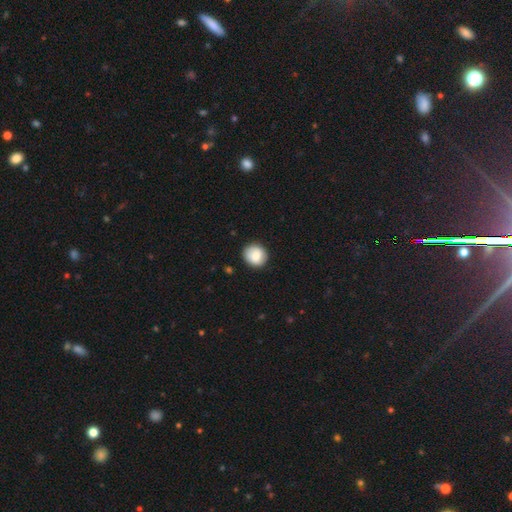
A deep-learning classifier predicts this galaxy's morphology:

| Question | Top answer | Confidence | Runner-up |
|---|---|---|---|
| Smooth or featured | smooth | 82% | featured or disk (11%) |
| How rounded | round | 88% | in between (12%) |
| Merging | none | 88% | minor disturbance (9%) |